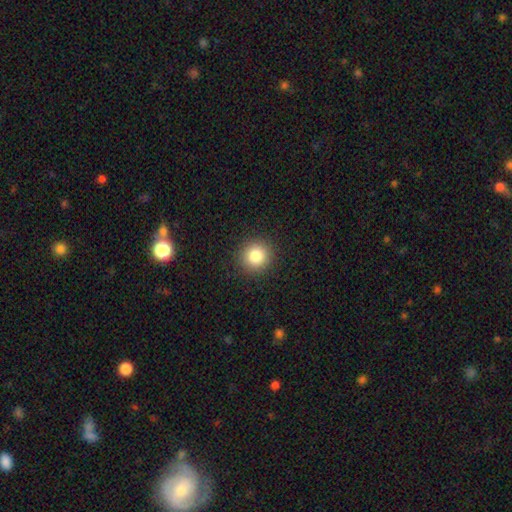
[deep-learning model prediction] This is clearly a smooth galaxy (84%). How rounded: clearly round (92%). Merging: clearly none (91%).